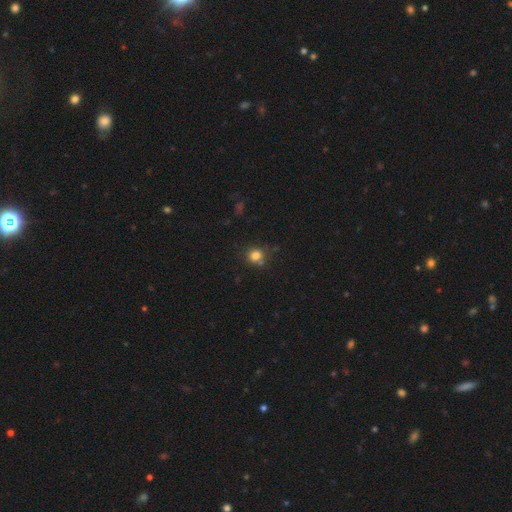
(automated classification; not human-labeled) The model was most divided on "merging": none: 72%, minor disturbance: 15%, merger: 8%, major disturbance: 5%. More confident: how rounded — round (83%); smooth or featured — smooth (80%).